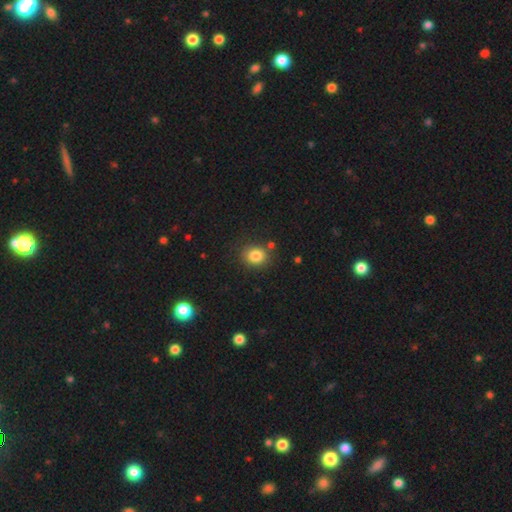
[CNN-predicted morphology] A smooth galaxy with no disk features (83%) that is round (65%).

Vote fractions:
- Smooth or featured? smooth: 83% / star or artifact: 11% / featured or disk: 6%
- How rounded? round: 65% / in between: 34% / cigar-shaped: 1%
- Merging? none: 82% / minor disturbance: 10% / merger: 5% / major disturbance: 3%